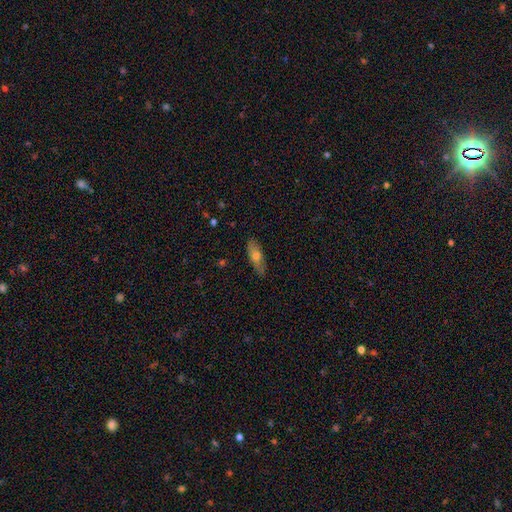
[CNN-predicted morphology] Q: Smooth or featured?
A: smooth (59%); runner-up: featured or disk (34%)
Q: How rounded?
A: in between (55%); runner-up: cigar-shaped (42%)
Q: Merging?
A: none (84%); runner-up: minor disturbance (13%)